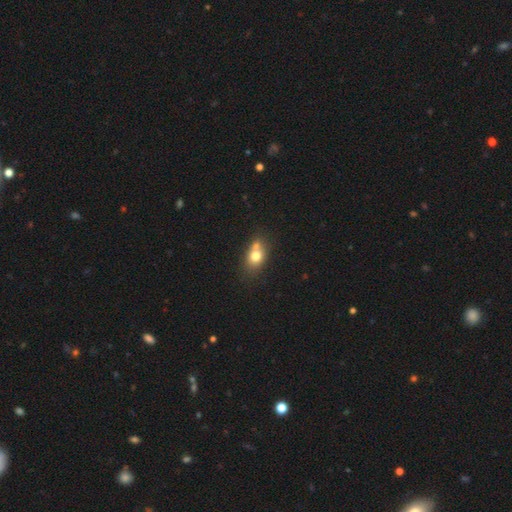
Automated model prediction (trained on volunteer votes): Q: Smooth or featured?
A: smooth (71%); runner-up: featured or disk (19%)
Q: How rounded?
A: in between (61%); runner-up: round (37%)
Q: Merging?
A: none (43%); runner-up: merger (40%)